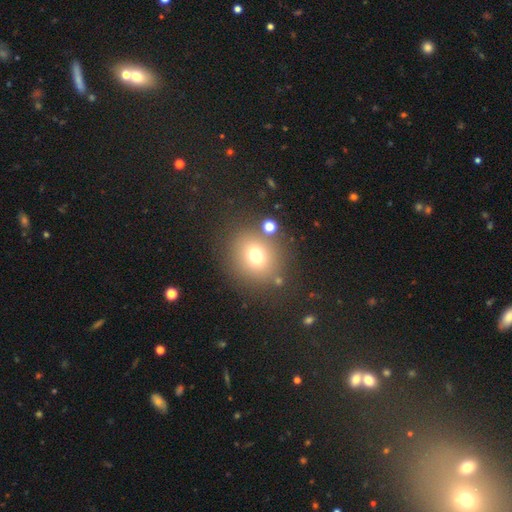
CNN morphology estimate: Smooth or featured: smooth — 71% (star or artifact — 17%)
How rounded: round — 78% (in between — 21%)
Merging: none — 78% (minor disturbance — 10%)